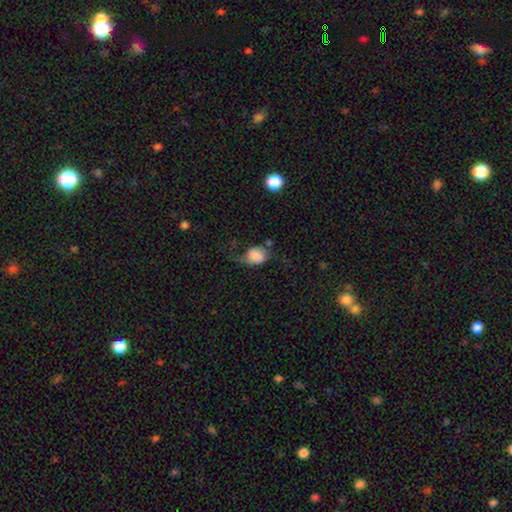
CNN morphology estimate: smooth 61%, featured or disk 29%, star or artifact 10%. Down the decision tree: how rounded — round (49%, tied with in between); merging — none (41%).